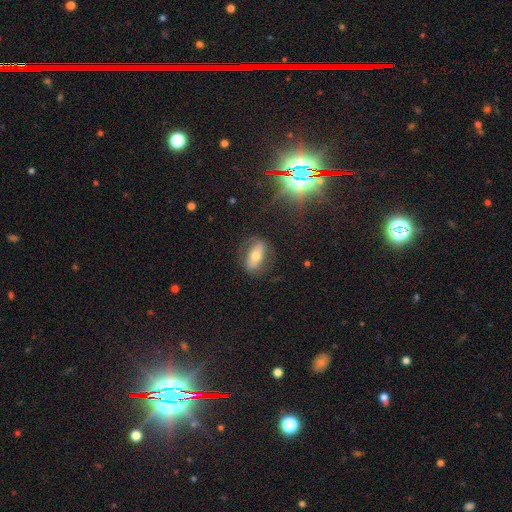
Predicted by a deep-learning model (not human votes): smooth_or_featured: featured or disk (p=0.44) [alt: smooth p=0.41]
merging: none (p=0.75) [alt: minor disturbance p=0.15]